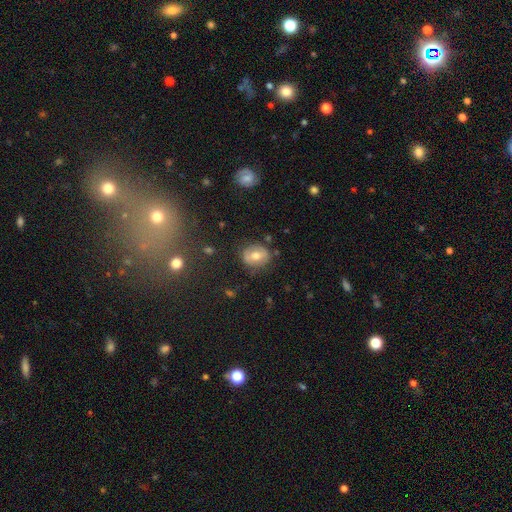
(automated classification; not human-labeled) A smooth galaxy with no disk features (57%) that is round (54%).

Vote fractions:
- Smooth or featured? smooth: 57% / featured or disk: 34% / star or artifact: 9%
- How rounded? round: 54% / in between: 45% / cigar-shaped: 1%
- Merging? none: 77% / minor disturbance: 16% / major disturbance: 5% / merger: 2%